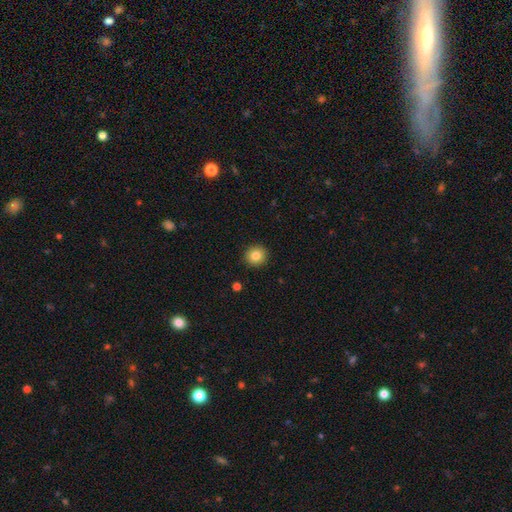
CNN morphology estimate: Smooth or featured? smooth (83%)
How rounded? round (92%)
Merging? none (92%)